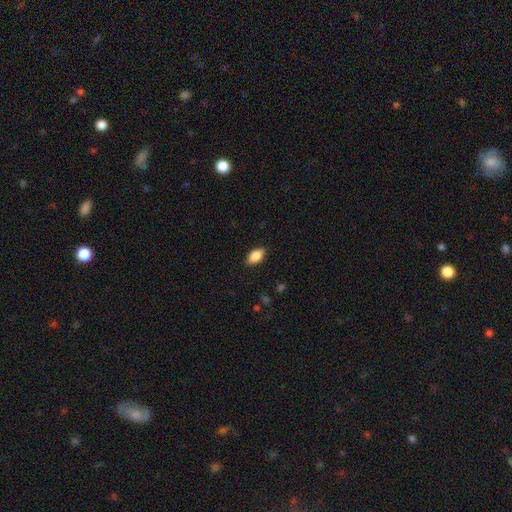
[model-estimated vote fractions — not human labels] This appears to be a smooth galaxy with no disk features (87%) that is in between round and cigar-shaped (91%). Merging: none (86%).